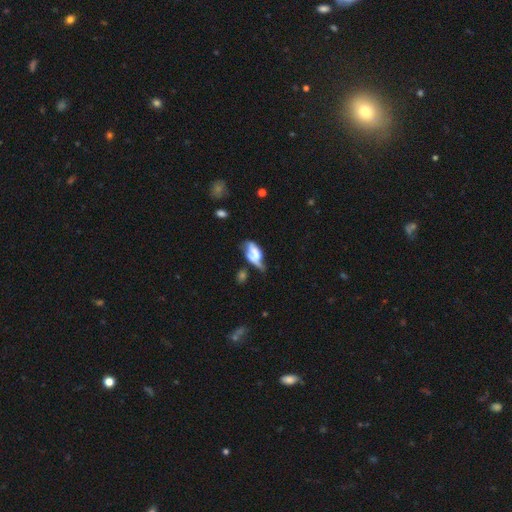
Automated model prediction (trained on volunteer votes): A featured or disk galaxy (48%).

Vote fractions:
- Smooth or featured? featured or disk: 48% / smooth: 42% / star or artifact: 9%
- Merging? major disturbance: 27% / none: 25% / merger: 25% / minor disturbance: 23%